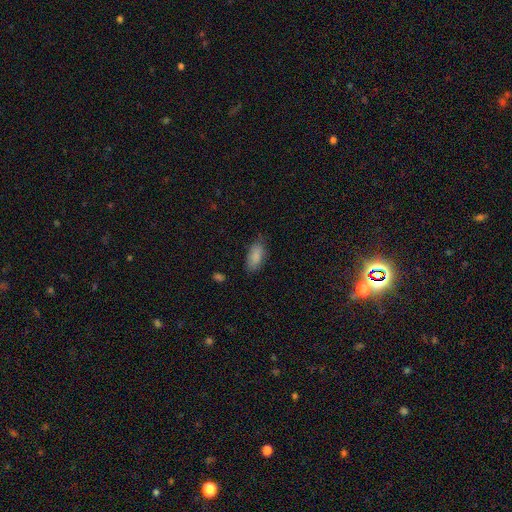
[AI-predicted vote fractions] This appears to be a smooth galaxy with no disk features (86%) that is in between round and cigar-shaped (90%). Merging: none (73%).